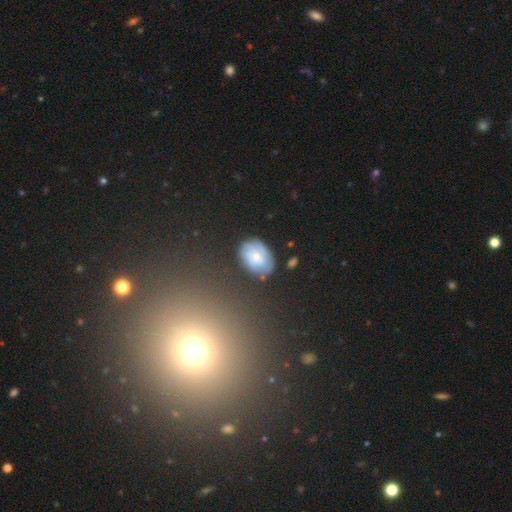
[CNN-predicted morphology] smooth_or_featured: smooth (p=0.47) [alt: featured or disk p=0.44]
merging: none (p=0.67) [alt: minor disturbance p=0.23]